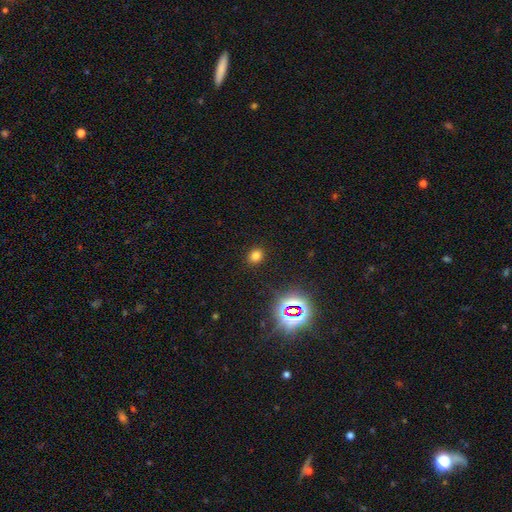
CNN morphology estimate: Smooth or featured?
  - smooth: 73% *
  - star or artifact: 21%
  - featured or disk: 6%
How rounded?
  - round: 54% *
  - in between: 45%
  - cigar-shaped: 1%
Merging?
  - none: 88% *
  - minor disturbance: 8%
  - major disturbance: 3%
  - merger: 1%